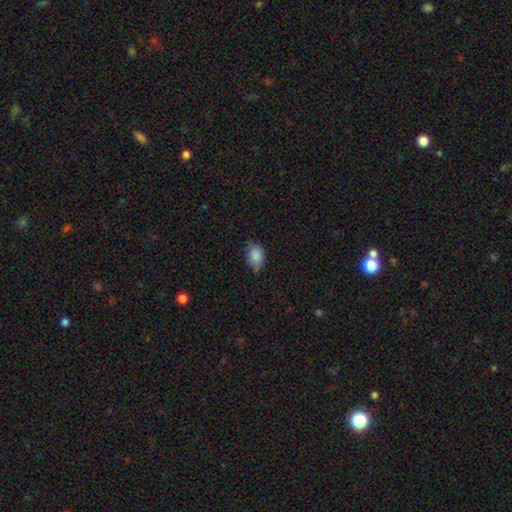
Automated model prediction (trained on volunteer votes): A smooth galaxy with no disk features (84%) that is in between round and cigar-shaped (79%).

Vote fractions:
- Smooth or featured? smooth: 84% / star or artifact: 8% / featured or disk: 7%
- How rounded? in between: 79% / round: 19% / cigar-shaped: 2%
- Merging? none: 61% / minor disturbance: 32% / major disturbance: 6% / merger: 1%